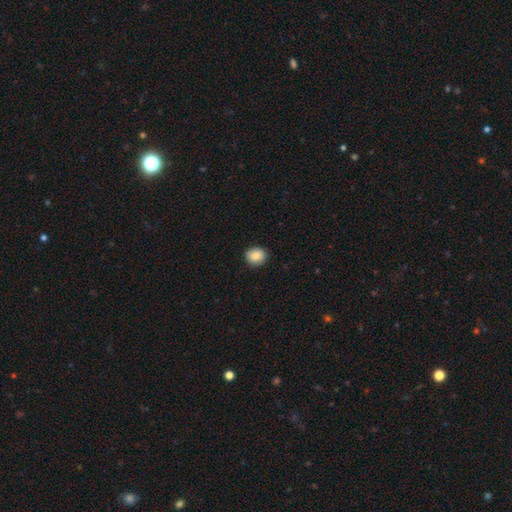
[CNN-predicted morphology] smooth_or_featured: smooth (p=0.87) [alt: star or artifact p=0.08]
how_rounded: round (p=0.68) [alt: in between p=0.31]
merging: none (p=0.90) [alt: minor disturbance p=0.08]